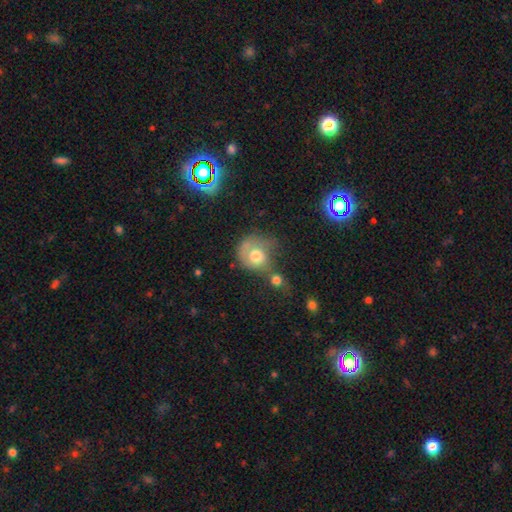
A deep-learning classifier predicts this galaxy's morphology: This appears to be a smooth galaxy with no disk features (63%) that is round (75%). Merging: merger (34%).